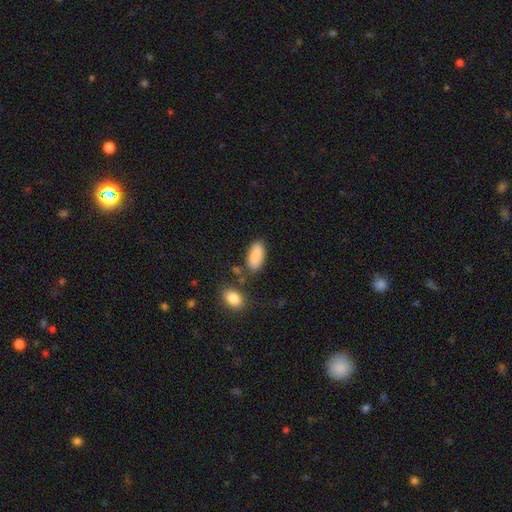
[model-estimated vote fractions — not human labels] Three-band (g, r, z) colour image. It shows a smooth galaxy with no disk features (84%) that is in between round and cigar-shaped (88%). Merging: none (75%).